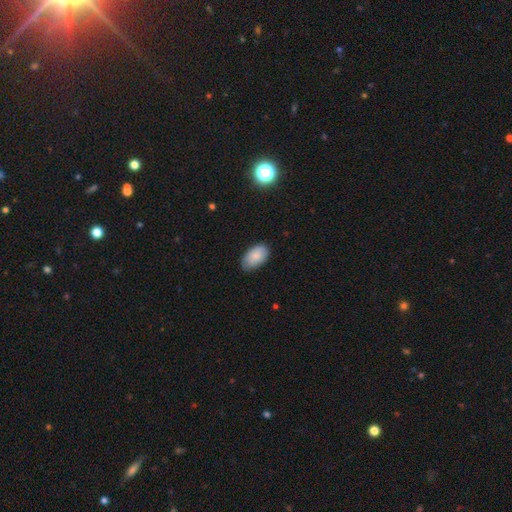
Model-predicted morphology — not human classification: Smooth or featured: smooth — 83% (featured or disk — 10%)
How rounded: in between — 94% (round — 5%)
Merging: none — 76% (minor disturbance — 20%)